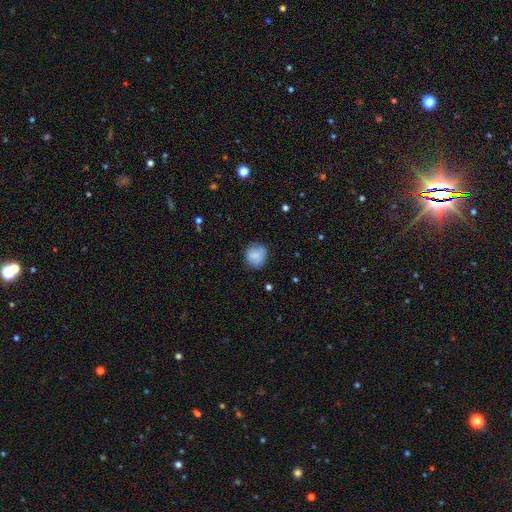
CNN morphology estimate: Smooth or featured?
  - smooth: 81% *
  - featured or disk: 11%
  - star or artifact: 8%
How rounded?
  - round: 81% *
  - in between: 18%
  - cigar-shaped: 1%
Merging?
  - none: 74% *
  - minor disturbance: 19%
  - major disturbance: 5%
  - merger: 2%